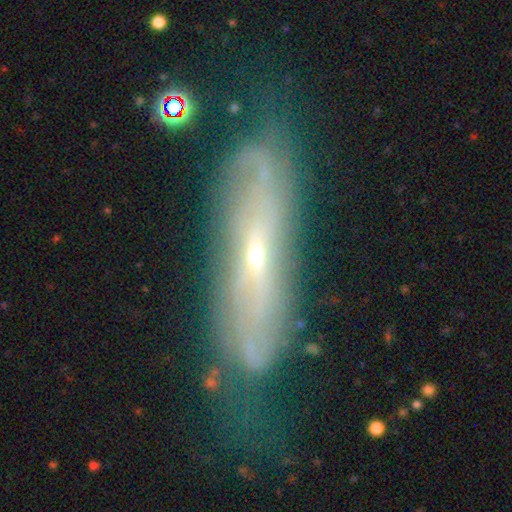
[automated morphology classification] This appears to be a featured or disk galaxy (75%) with no bar (64%), spiral arms (77%) and a small central bulge (74%). Merging: none (65%).